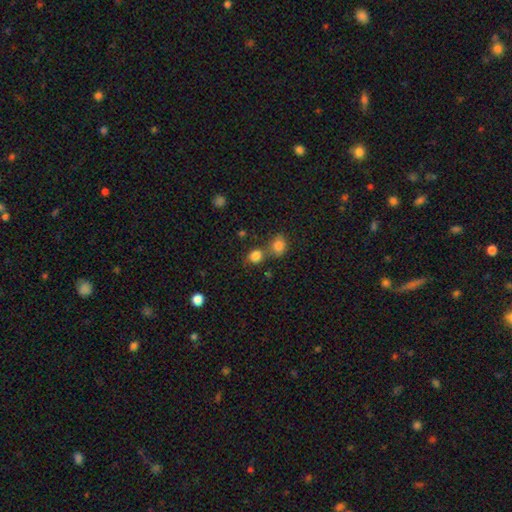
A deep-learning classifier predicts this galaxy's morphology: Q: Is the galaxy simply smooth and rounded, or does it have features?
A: smooth — 82%.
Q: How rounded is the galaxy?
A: round — 71%.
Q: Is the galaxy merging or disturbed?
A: none — 53%.